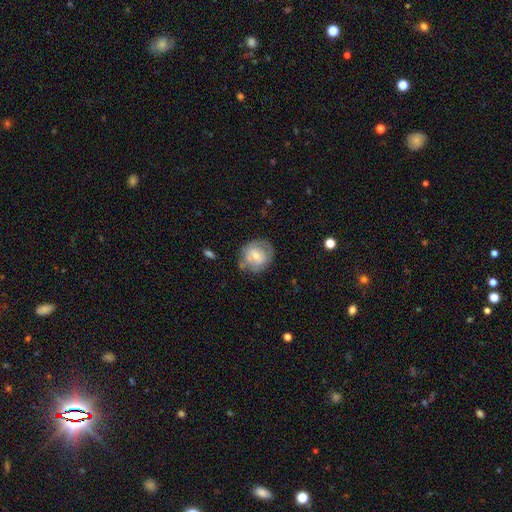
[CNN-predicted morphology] Q: Smooth or featured?
A: featured or disk (48%); runner-up: smooth (45%)
Q: Merging?
A: none (59%); runner-up: minor disturbance (24%)